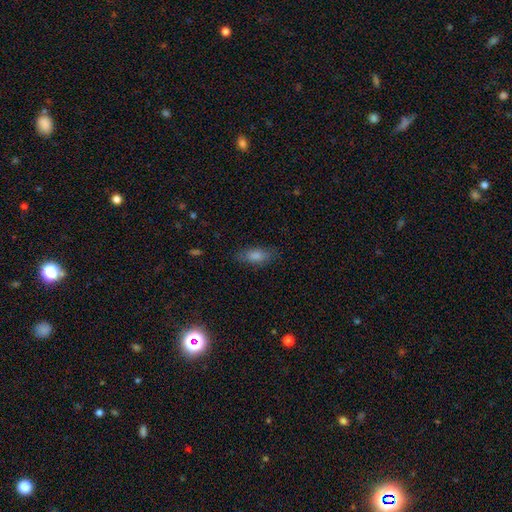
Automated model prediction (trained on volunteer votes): Smooth or featured: smooth — 68% (featured or disk — 16%)
How rounded: in between — 76% (cigar-shaped — 18%)
Merging: none — 82% (minor disturbance — 13%)